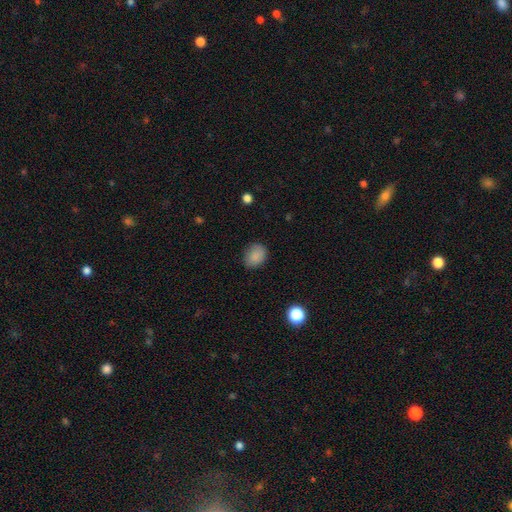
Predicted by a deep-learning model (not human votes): Q: Smooth or featured?
A: smooth (85%); runner-up: star or artifact (9%)
Q: How rounded?
A: round (52%); runner-up: in between (47%)
Q: Merging?
A: none (78%); runner-up: minor disturbance (17%)